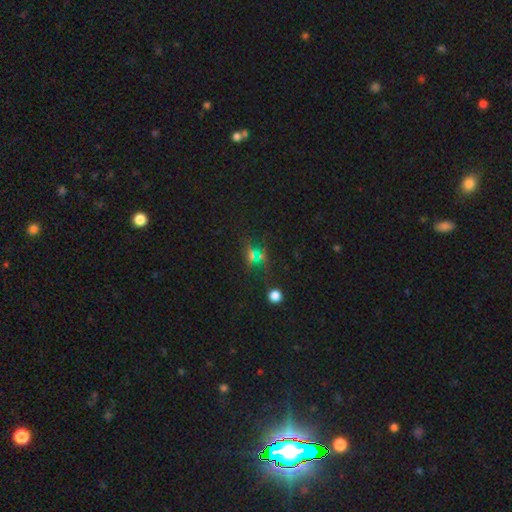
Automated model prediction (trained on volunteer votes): star or artifact 53%, smooth 33%, featured or disk 13%.